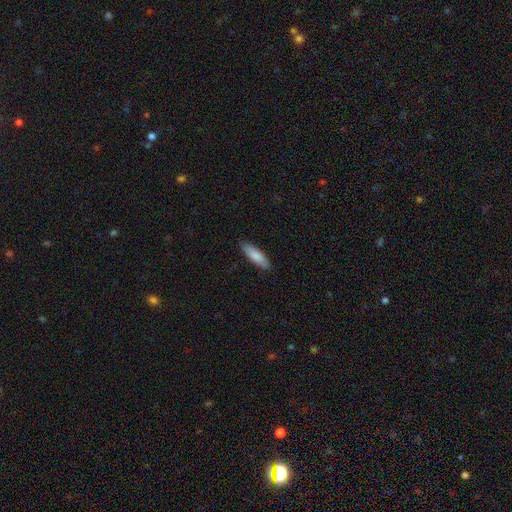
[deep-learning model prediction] smooth-or-featured: smooth: 84% | featured or disk: 11% | star or artifact: 5%
  how-rounded: cigar-shaped: 50% | in between: 48% | round: 1%
  merging: none: 86% | minor disturbance: 11% | major disturbance: 2% | merger: 1%